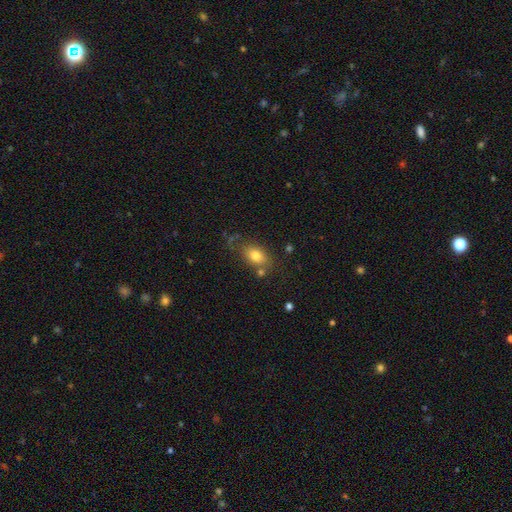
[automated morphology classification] Q: Smooth or featured?
A: smooth (78%); runner-up: featured or disk (13%)
Q: How rounded?
A: in between (84%); runner-up: round (13%)
Q: Merging?
A: none (64%); runner-up: minor disturbance (18%)